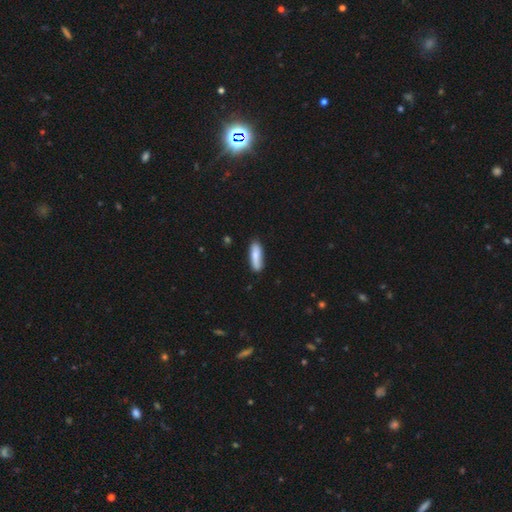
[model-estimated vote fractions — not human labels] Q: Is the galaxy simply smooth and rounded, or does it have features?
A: smooth — 78%.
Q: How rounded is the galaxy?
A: cigar-shaped — 55%.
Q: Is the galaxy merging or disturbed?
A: none — 80%.